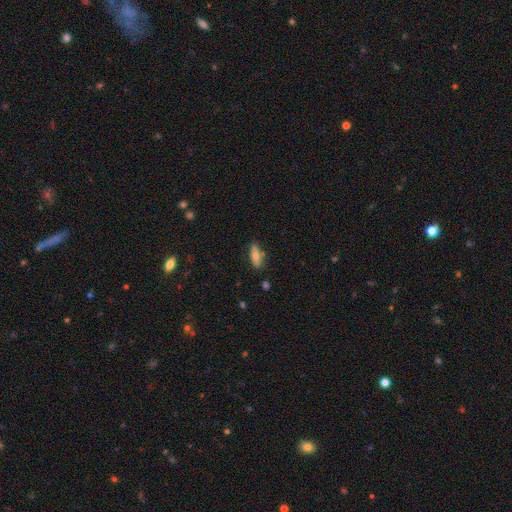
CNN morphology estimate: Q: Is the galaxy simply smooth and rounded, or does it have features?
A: smooth — 62%.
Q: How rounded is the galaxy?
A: in between — 58%.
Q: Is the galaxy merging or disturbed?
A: none — 77%.